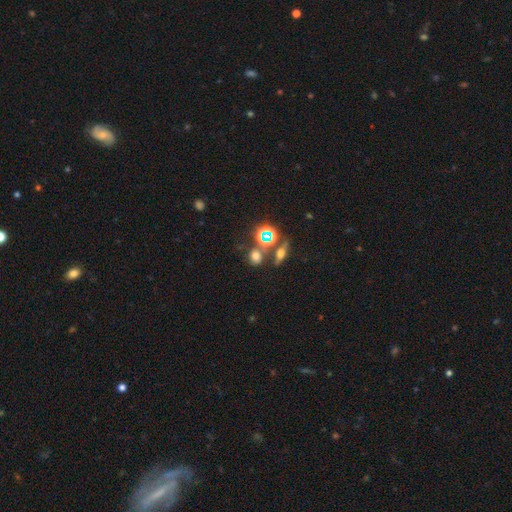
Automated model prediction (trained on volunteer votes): Morphology: type=smooth (59%); roundness=round (59%); merging=none (67%).